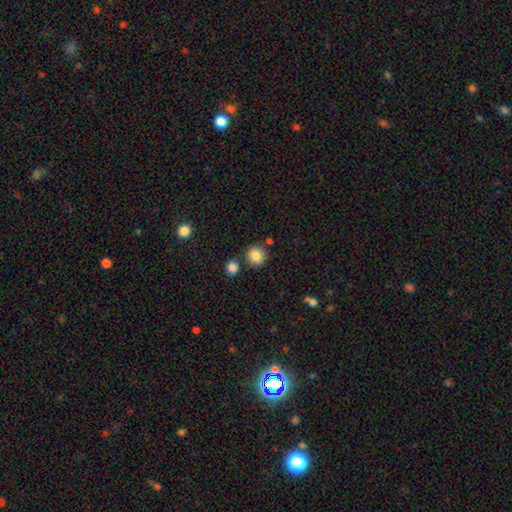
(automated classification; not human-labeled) Smooth or featured? smooth (85%)
How rounded? round (89%)
Merging? none (81%)